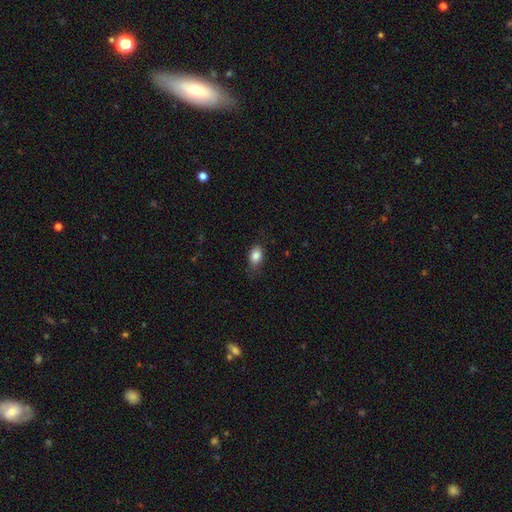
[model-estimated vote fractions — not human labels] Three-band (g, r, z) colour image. It shows a smooth galaxy with no disk features (85%) that is in between round and cigar-shaped (81%). Merging: none (71%).